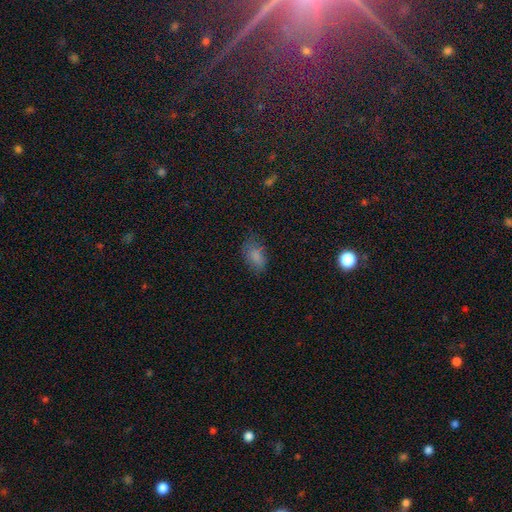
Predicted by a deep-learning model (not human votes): Smooth or featured? Predicted: smooth (p=0.78). How rounded? Predicted: in between (p=0.90). Merging? Predicted: none (p=0.63).